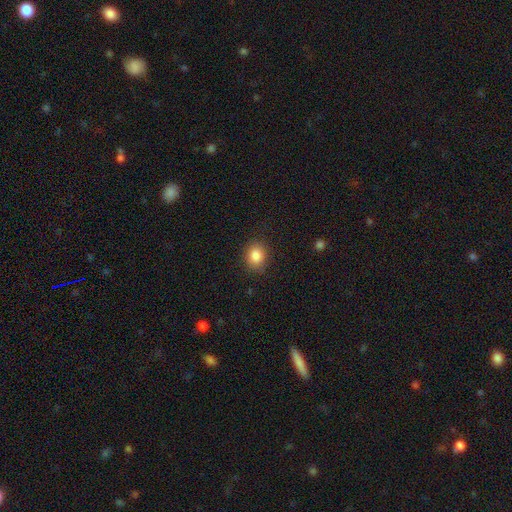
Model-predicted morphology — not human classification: The model was most divided on "how rounded": round: 61%, in between: 38%, cigar-shaped: 1%. More confident: merging — none (86%); smooth or featured — smooth (86%).